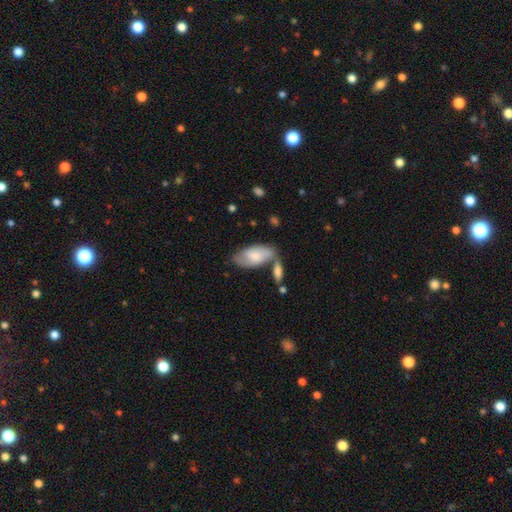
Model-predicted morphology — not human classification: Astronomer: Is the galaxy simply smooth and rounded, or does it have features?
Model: smooth — 63%.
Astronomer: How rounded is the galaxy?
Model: in between — 91%.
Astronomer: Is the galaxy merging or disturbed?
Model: none — 47% (runner-up: merger, 27%).